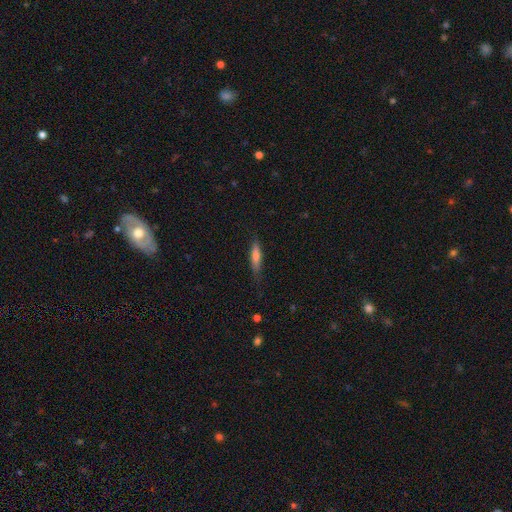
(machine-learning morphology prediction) Overall: smooth (62%; featured or disk 31%). How rounded: cigar-shaped (80%). Merging: none (80%).